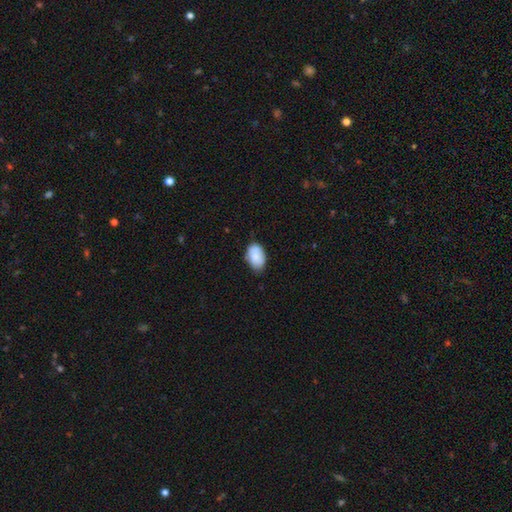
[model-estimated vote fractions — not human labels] Q: Smooth or featured?
A: smooth (83%); runner-up: featured or disk (10%)
Q: How rounded?
A: in between (91%); runner-up: round (8%)
Q: Merging?
A: none (68%); runner-up: minor disturbance (27%)